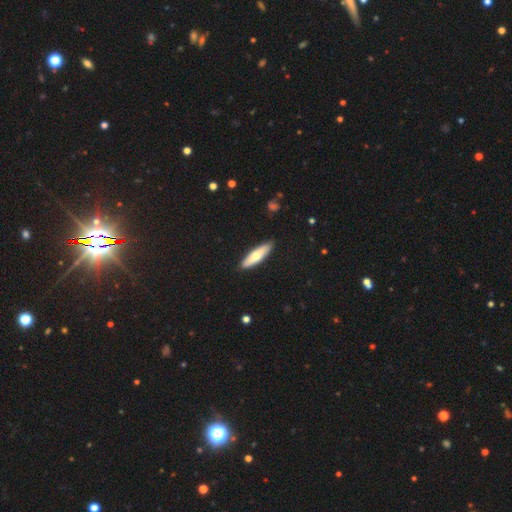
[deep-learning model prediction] Overall: smooth (60%; featured or disk 35%). How rounded: cigar-shaped (62%; in between 36%). Merging: none (89%).